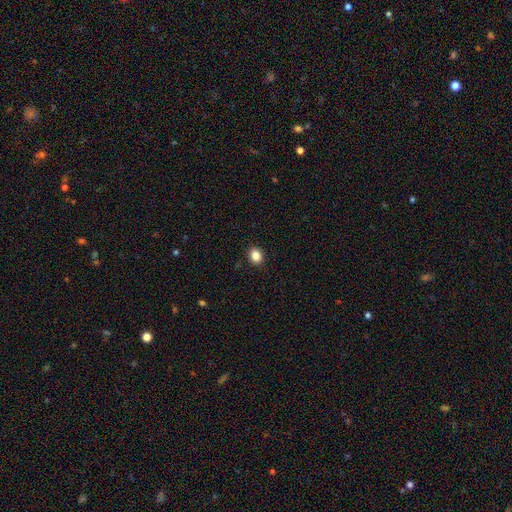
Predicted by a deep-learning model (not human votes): Q: Smooth or featured?
A: smooth (85%); runner-up: star or artifact (10%)
Q: How rounded?
A: round (57%); runner-up: in between (42%)
Q: Merging?
A: none (91%); runner-up: minor disturbance (7%)